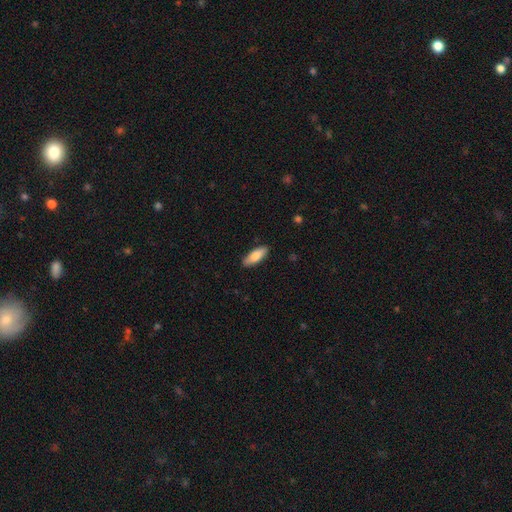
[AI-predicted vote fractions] smooth_or_featured: smooth (p=0.84) [alt: featured or disk p=0.11]
how_rounded: in between (p=0.71) [alt: cigar-shaped p=0.27]
merging: none (p=0.88) [alt: minor disturbance p=0.09]